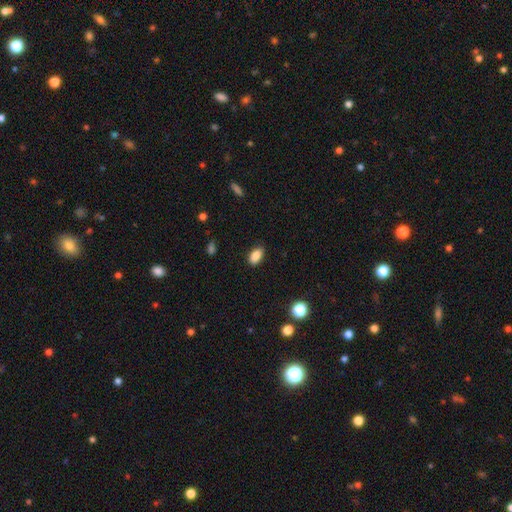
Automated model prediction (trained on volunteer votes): Overall: smooth (87%). How rounded: in between (91%). Merging: none (86%).